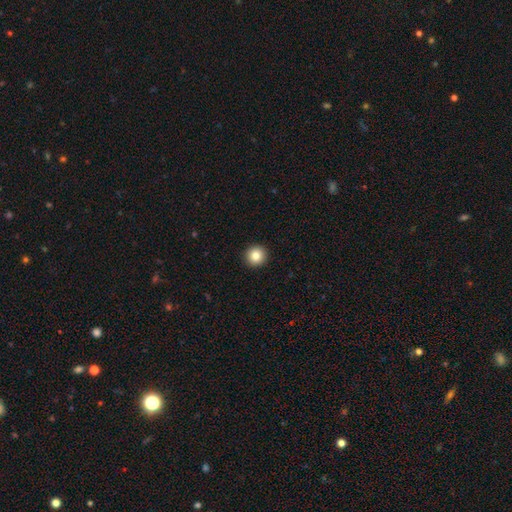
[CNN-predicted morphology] type=smooth (85%); roundness=round (95%); merging=none (94%).